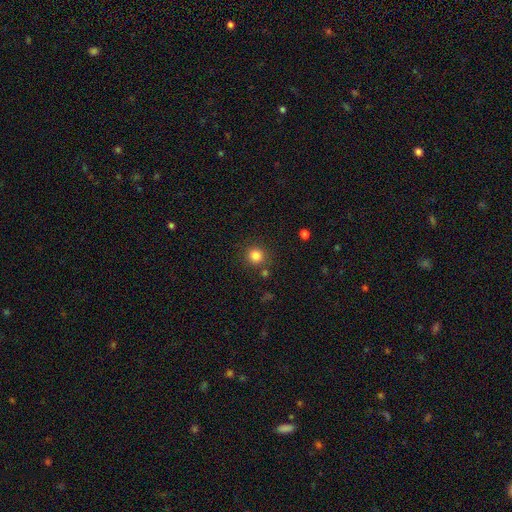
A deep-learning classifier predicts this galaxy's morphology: smooth 83%, star or artifact 12%, featured or disk 5%. Down the decision tree: how rounded — round (91%); merging — none (84%).